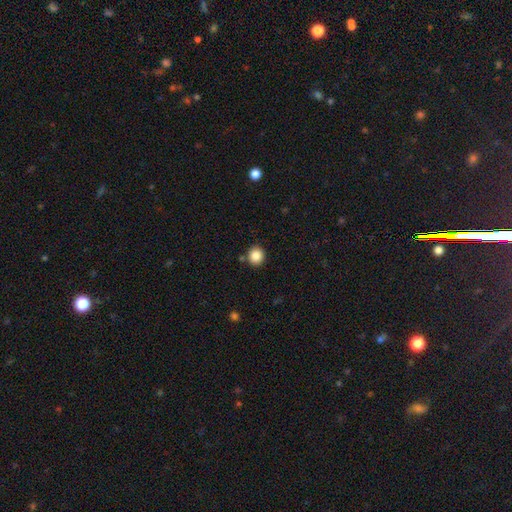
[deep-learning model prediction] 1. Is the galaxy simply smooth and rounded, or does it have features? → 85% smooth, 10% star or artifact, 5% featured or disk.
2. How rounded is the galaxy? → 88% round, 11% in between, 1% cigar-shaped.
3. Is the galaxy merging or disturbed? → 87% none, 7% minor disturbance, 4% merger, 2% major disturbance.